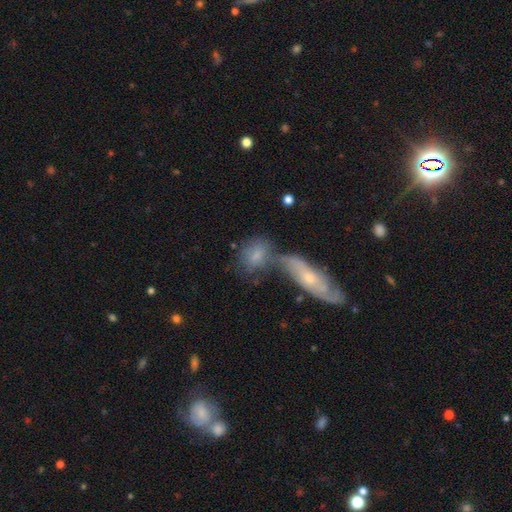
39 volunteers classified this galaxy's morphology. Volunteers were most divided on "merging": merger: 49%, none: 38%, minor disturbance: 11%, major disturbance: 3%. More confident: smooth or featured — smooth (72%); how rounded — in between (71%).